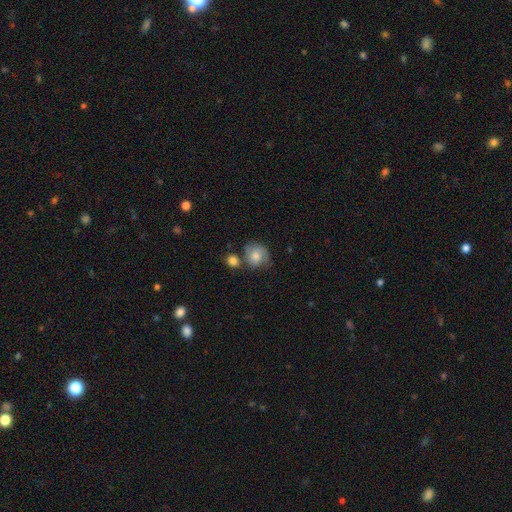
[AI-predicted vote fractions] Smooth or featured? Predicted: smooth (p=0.65). How rounded? Predicted: round (p=0.75). Merging? Predicted: none (p=0.51).